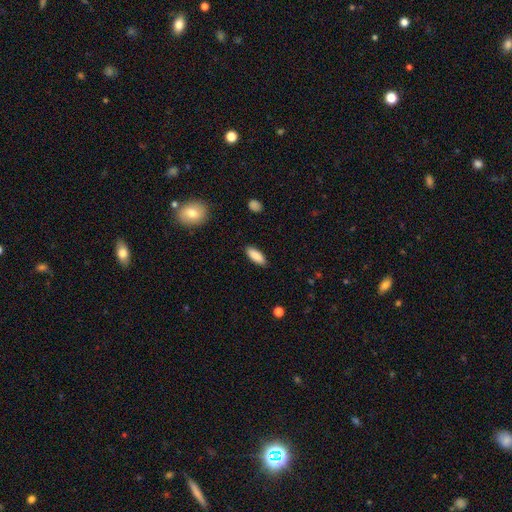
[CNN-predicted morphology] Smooth or featured: smooth — 89% (star or artifact — 6%)
How rounded: in between — 71% (cigar-shaped — 27%)
Merging: none — 88% (minor disturbance — 9%)